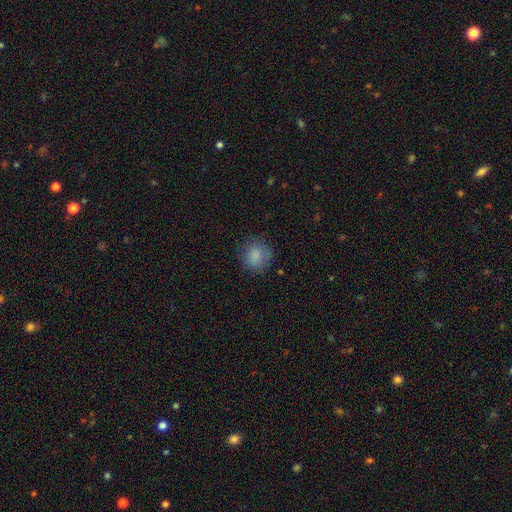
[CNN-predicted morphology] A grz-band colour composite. It shows a smooth galaxy with no disk features (84%) that is round (88%). Merging: none (81%).